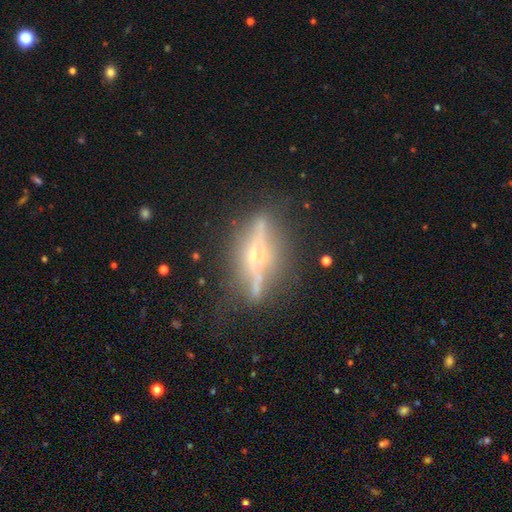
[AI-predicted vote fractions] Overall: featured or disk (81%). Edge-on disk: yes (92%). Edge-on bulge: rounded (83%). Merging: none (73%).